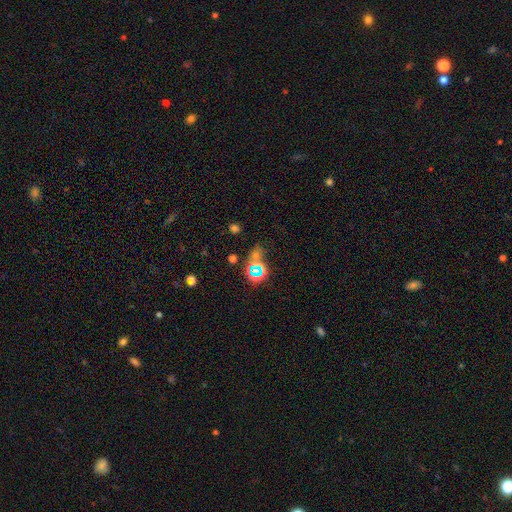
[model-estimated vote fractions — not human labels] smooth_or_featured: star or artifact (p=0.59) [alt: smooth p=0.29]